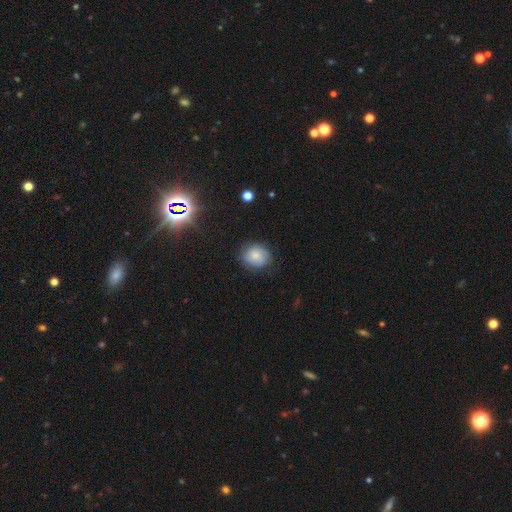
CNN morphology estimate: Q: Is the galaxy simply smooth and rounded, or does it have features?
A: smooth — 75%.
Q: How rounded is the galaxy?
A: round — 70%.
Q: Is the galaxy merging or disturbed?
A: none — 79%.